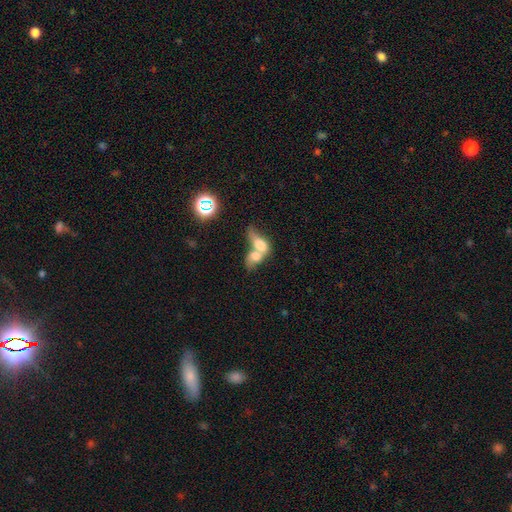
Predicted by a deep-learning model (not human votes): Smooth or featured?
  - smooth: 64% *
  - featured or disk: 25%
  - star or artifact: 10%
How rounded?
  - in between: 74% *
  - round: 20%
  - cigar-shaped: 6%
Merging?
  - merger: 81% *
  - none: 9%
  - major disturbance: 6%
  - minor disturbance: 4%